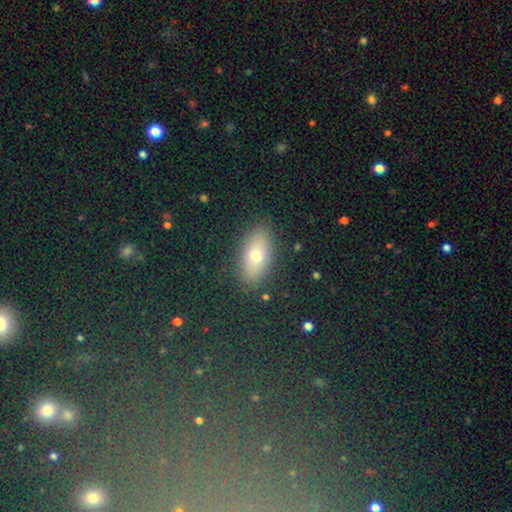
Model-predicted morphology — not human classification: Smooth or featured? smooth (72%)
How rounded? in between (85%)
Merging? none (86%)